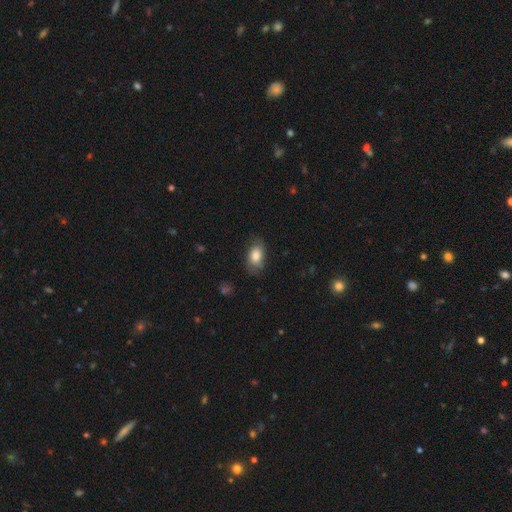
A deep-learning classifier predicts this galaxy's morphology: A smooth galaxy with no disk features (78%) that is in between round and cigar-shaped (88%). Merging: none (71%).